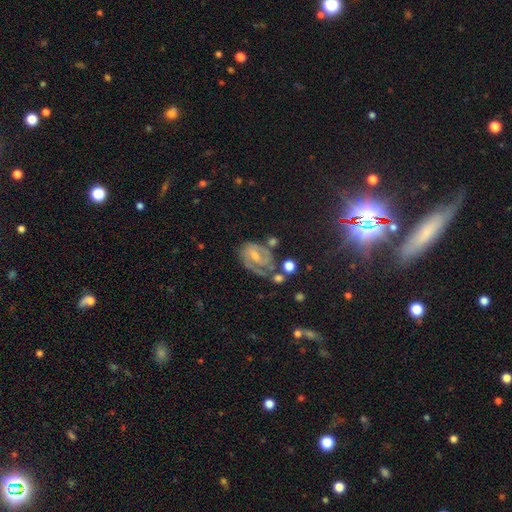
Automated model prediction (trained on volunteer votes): A featured or disk galaxy (71%) with a weak bar (51%), 2 (47%) tight (50%) spiral arms (88%) and a small central bulge (48%).

Vote fractions:
- Smooth or featured? featured or disk: 71% / smooth: 18% / star or artifact: 11%
- Edge-on disk? no: 97% / yes: 3%
- Bar? weak: 51% / no: 34% / strong: 15%
- Spiral arms? yes: 88% / no: 12%
- Spiral winding? tight: 50% / medium: 38% / loose: 12%
- Spiral arm count? 2: 47% / 1: 24% / can't tell: 20% / 3: 6% / 4: 2% / more than 4: 2%
- Bulge size? small: 48% / moderate: 41% / none: 7% / large: 3% / dominant: 1%
- Merging? none: 45% / minor disturbance: 25% / major disturbance: 20% / merger: 9%